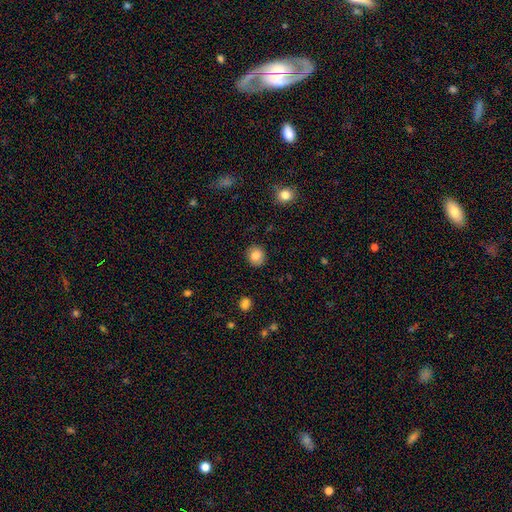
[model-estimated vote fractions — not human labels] Smooth or featured?
  - smooth: 83% *
  - star or artifact: 9%
  - featured or disk: 8%
How rounded?
  - round: 82% *
  - in between: 17%
  - cigar-shaped: 1%
Merging?
  - none: 90% *
  - minor disturbance: 7%
  - major disturbance: 2%
  - merger: 1%